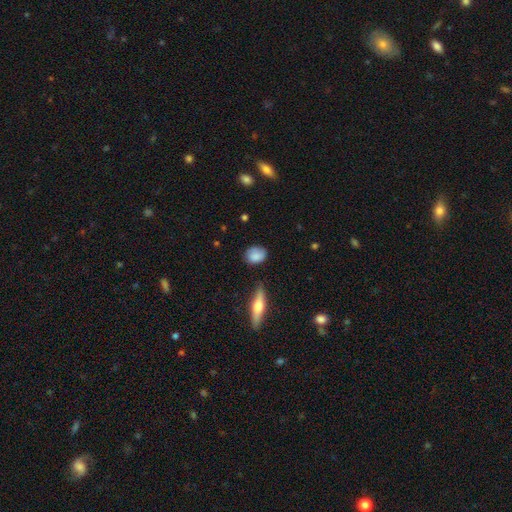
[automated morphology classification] Smooth or featured?
  - smooth: 83% *
  - featured or disk: 10%
  - star or artifact: 7%
How rounded?
  - in between: 55% *
  - round: 42%
  - cigar-shaped: 3%
Merging?
  - none: 73% *
  - minor disturbance: 20%
  - major disturbance: 4%
  - merger: 3%